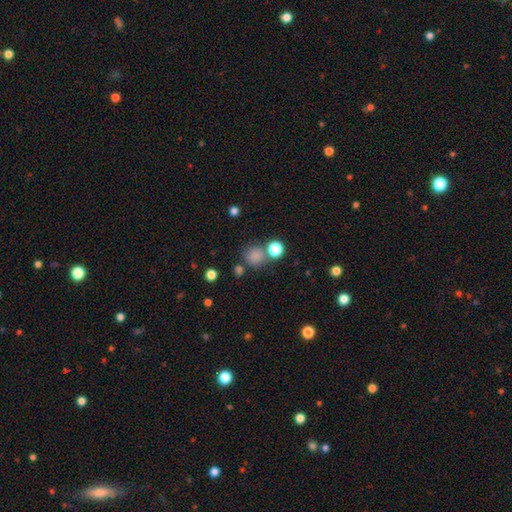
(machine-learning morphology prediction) Smooth or featured: smooth — 79% (star or artifact — 15%)
How rounded: round — 87% (in between — 12%)
Merging: none — 67% (merger — 18%)